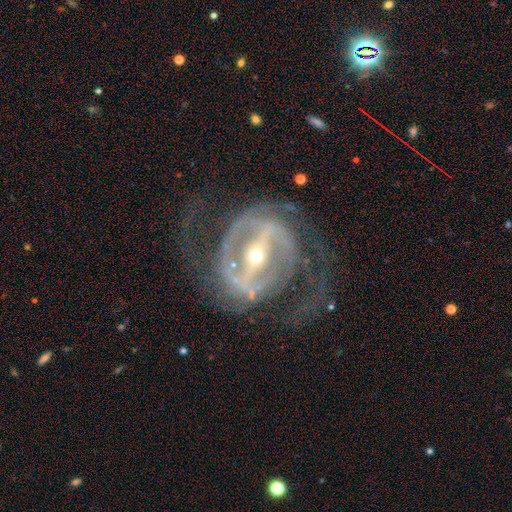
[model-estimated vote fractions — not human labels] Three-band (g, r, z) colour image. It shows a featured or disk galaxy (91%) with a strong bar (81%), 2 (72%) medium (47%) spiral arms (92%) and a small central bulge (60%). Merging: none (64%).